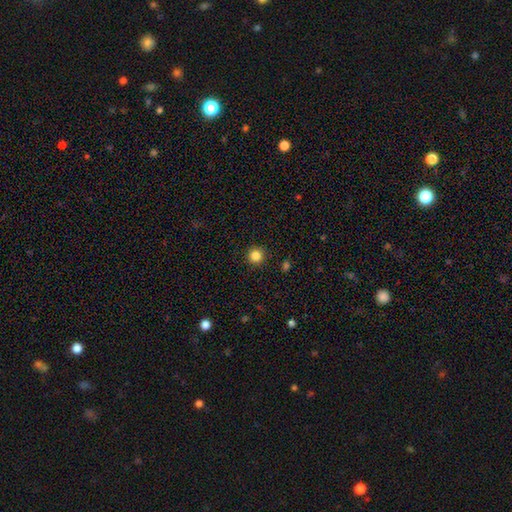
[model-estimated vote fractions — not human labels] Overall: smooth (84%). How rounded: round (95%). Merging: none (92%).